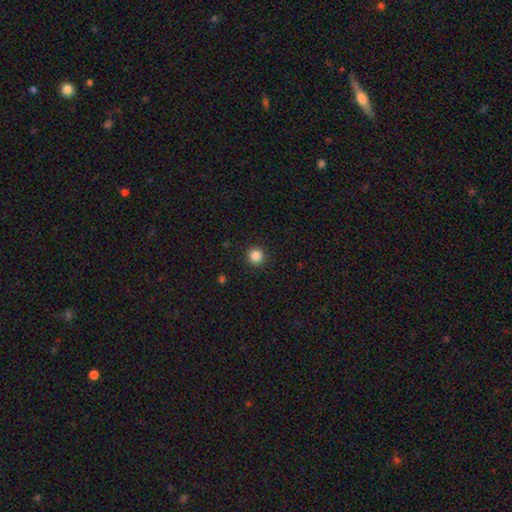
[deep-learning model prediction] A smooth galaxy with no disk features (85%) that is round (95%).

Vote fractions:
- Smooth or featured? smooth: 85% / star or artifact: 11% / featured or disk: 3%
- How rounded? round: 95% / in between: 5% / cigar-shaped: 1%
- Merging? none: 92% / minor disturbance: 5% / major disturbance: 2% / merger: 1%